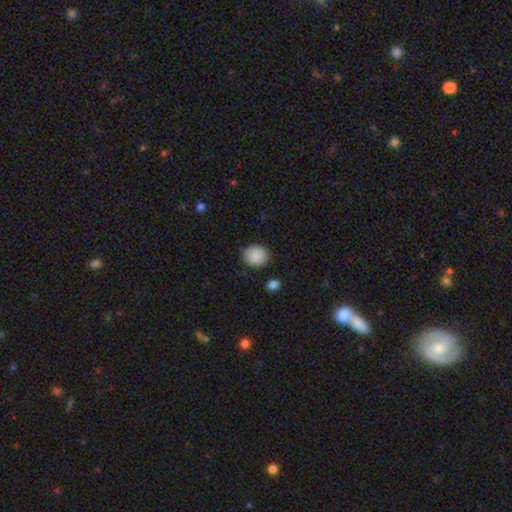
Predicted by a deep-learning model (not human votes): Q: Smooth or featured?
A: smooth (89%); runner-up: star or artifact (7%)
Q: How rounded?
A: round (67%); runner-up: in between (32%)
Q: Merging?
A: none (85%); runner-up: minor disturbance (10%)